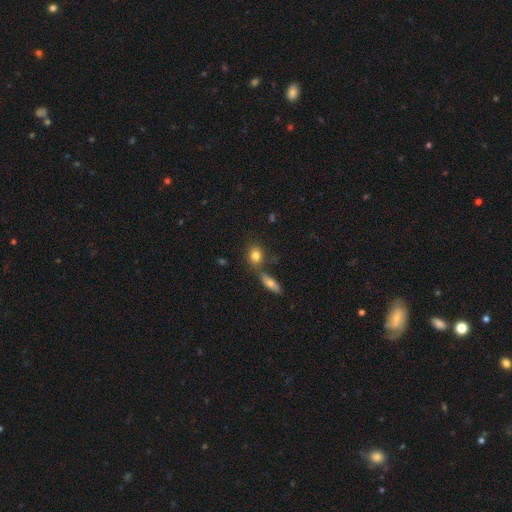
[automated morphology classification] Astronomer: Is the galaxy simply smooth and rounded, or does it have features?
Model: smooth — 82%.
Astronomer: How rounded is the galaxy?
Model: round — 52% (runner-up: in between, 45%).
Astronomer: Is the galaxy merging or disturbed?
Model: none — 61%.